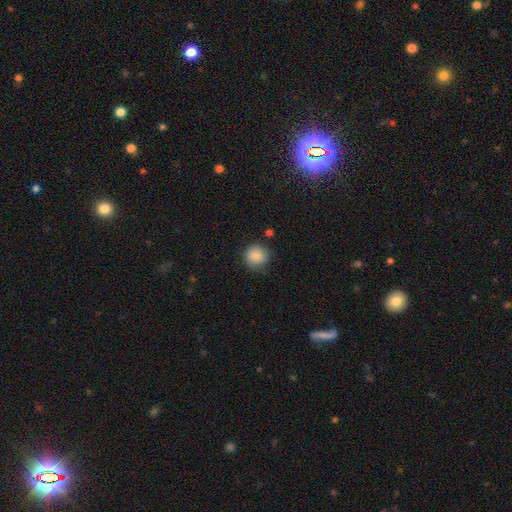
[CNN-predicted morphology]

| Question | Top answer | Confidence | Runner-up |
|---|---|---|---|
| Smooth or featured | smooth | 86% | star or artifact (8%) |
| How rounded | round | 89% | in between (10%) |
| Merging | none | 70% | minor disturbance (21%) |